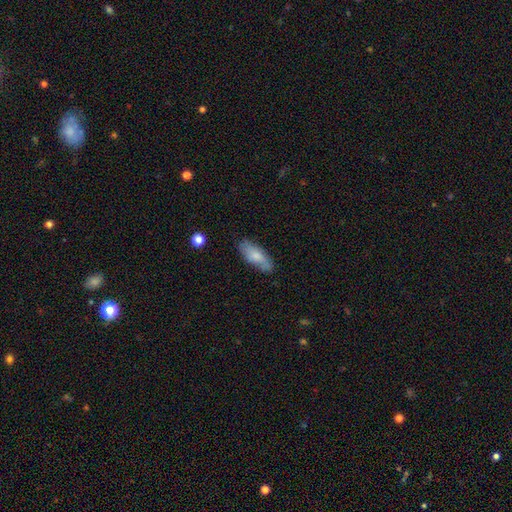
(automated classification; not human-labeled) Morphology: type=smooth (75%); roundness=in between (72%); merging=none (76%).